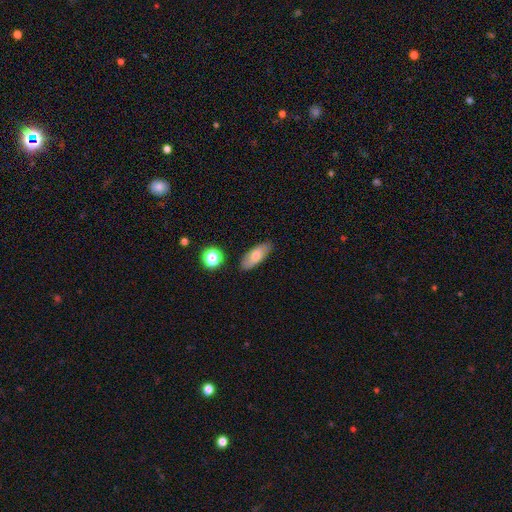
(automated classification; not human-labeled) Morphology: type=smooth (68%); roundness=in between (80%); merging=none (86%).